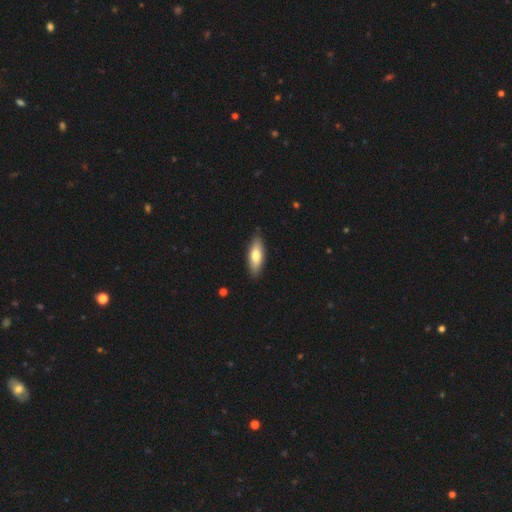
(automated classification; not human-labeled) A smooth galaxy with no disk features (70%) that is in between round and cigar-shaped (64%).

Vote fractions:
- Smooth or featured? smooth: 70% / featured or disk: 24% / star or artifact: 6%
- How rounded? in between: 64% / cigar-shaped: 34% / round: 2%
- Merging? none: 87% / minor disturbance: 10% / major disturbance: 2% / merger: 1%